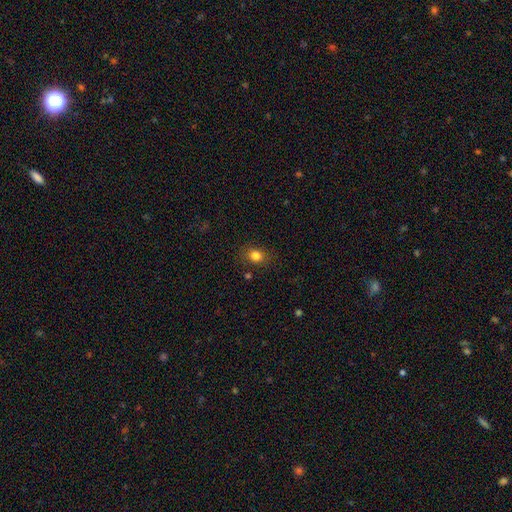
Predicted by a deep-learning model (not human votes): Smooth or featured?
  - smooth: 82% *
  - star or artifact: 12%
  - featured or disk: 6%
How rounded?
  - round: 60% *
  - in between: 38%
  - cigar-shaped: 1%
Merging?
  - none: 83% *
  - minor disturbance: 11%
  - major disturbance: 4%
  - merger: 2%